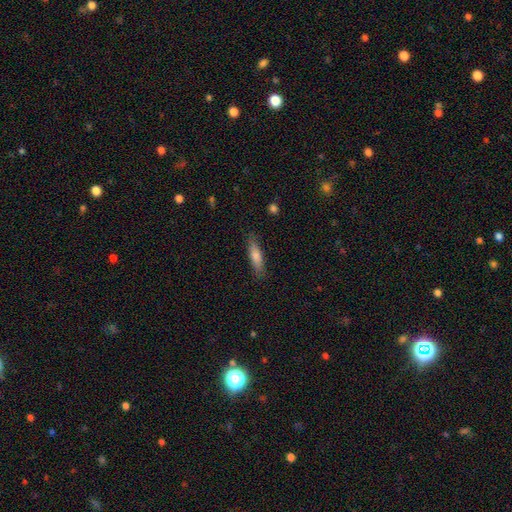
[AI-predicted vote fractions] A smooth galaxy with no disk features (64%) that is cigar-shaped (74%).

Vote fractions:
- Smooth or featured? smooth: 64% / featured or disk: 27% / star or artifact: 9%
- How rounded? cigar-shaped: 74% / in between: 24% / round: 2%
- Merging? none: 86% / minor disturbance: 11% / major disturbance: 2% / merger: 1%